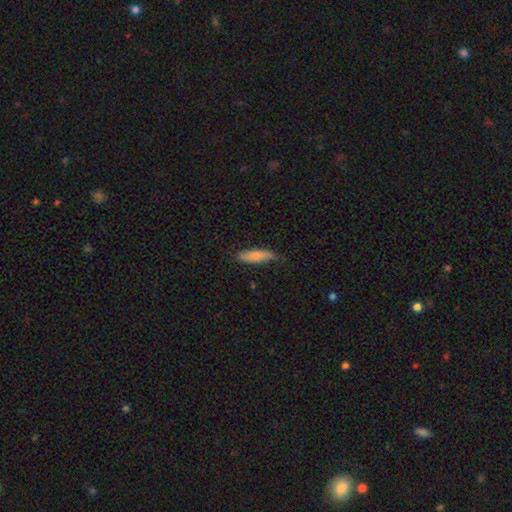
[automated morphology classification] smooth_or_featured: smooth (p=0.71) [alt: featured or disk p=0.23]
how_rounded: cigar-shaped (p=0.64) [alt: in between p=0.34]
merging: none (p=0.72) [alt: minor disturbance p=0.23]